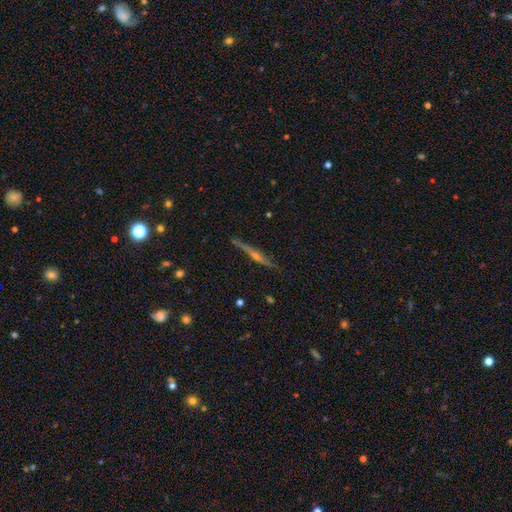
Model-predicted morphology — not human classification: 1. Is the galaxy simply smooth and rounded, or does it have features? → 79% featured or disk, 14% smooth, 8% star or artifact.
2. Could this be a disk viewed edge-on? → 96% yes, 4% no.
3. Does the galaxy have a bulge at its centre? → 81% rounded, 12% none, 7% boxy.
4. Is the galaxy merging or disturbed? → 84% none, 12% minor disturbance, 3% major disturbance, 2% merger.